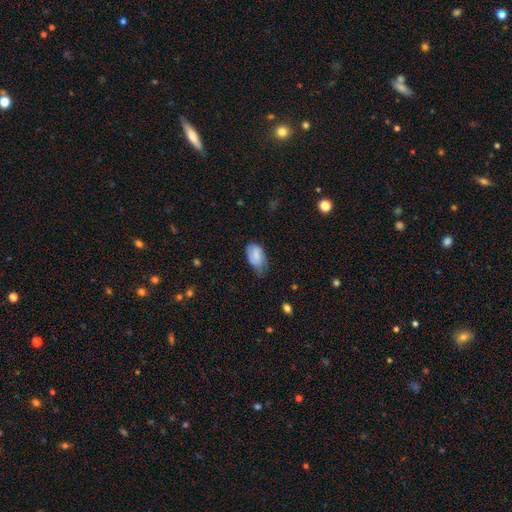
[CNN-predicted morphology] Overall: smooth (74%). How rounded: in between (90%). Merging: minor disturbance (47%; none 35%).